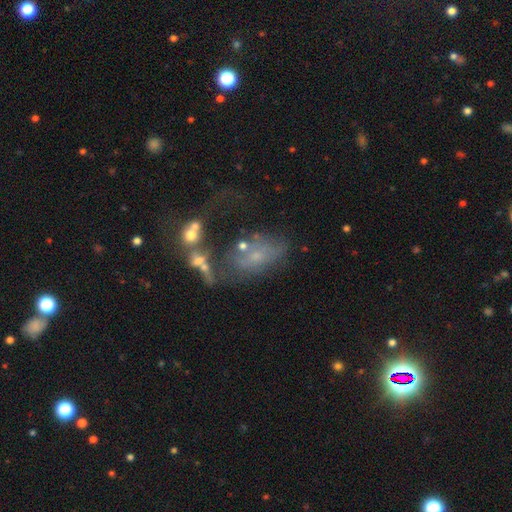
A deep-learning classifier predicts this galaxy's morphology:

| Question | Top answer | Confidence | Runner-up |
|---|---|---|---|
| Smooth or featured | featured or disk | 43% | smooth (38%) |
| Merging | major disturbance | 33% | merger (25%) |